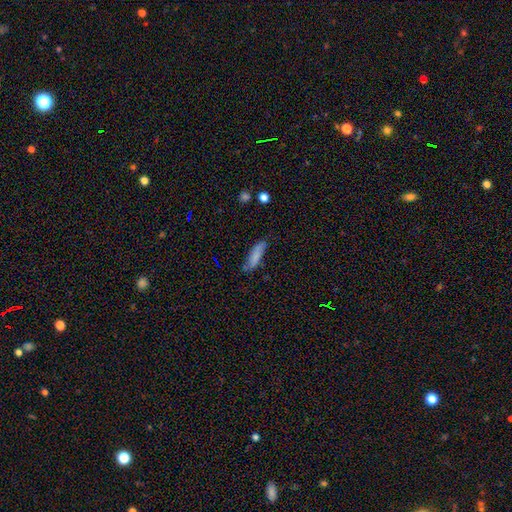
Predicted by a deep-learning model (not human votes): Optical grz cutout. It shows a smooth galaxy with no disk features (77%) that is cigar-shaped (64%). Merging: none (66%).